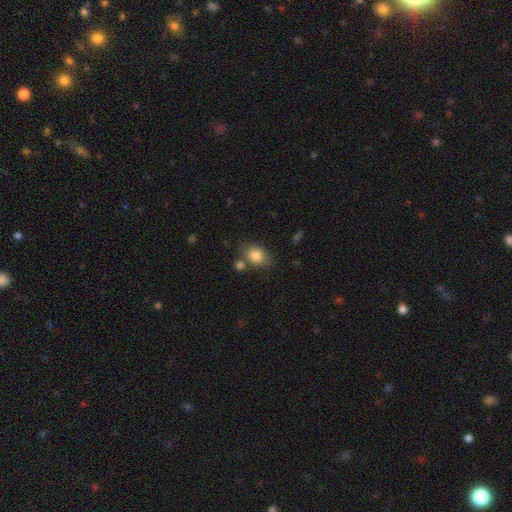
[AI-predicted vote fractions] Smooth or featured? smooth (82%)
How rounded? in between (68%)
Merging? none (68%)